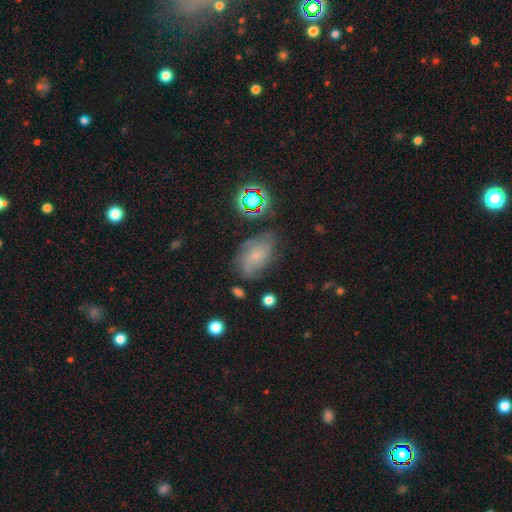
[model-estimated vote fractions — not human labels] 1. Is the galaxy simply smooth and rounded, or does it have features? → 49% featured or disk, 34% smooth, 17% star or artifact.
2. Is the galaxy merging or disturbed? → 57% none, 26% minor disturbance, 13% major disturbance, 4% merger.